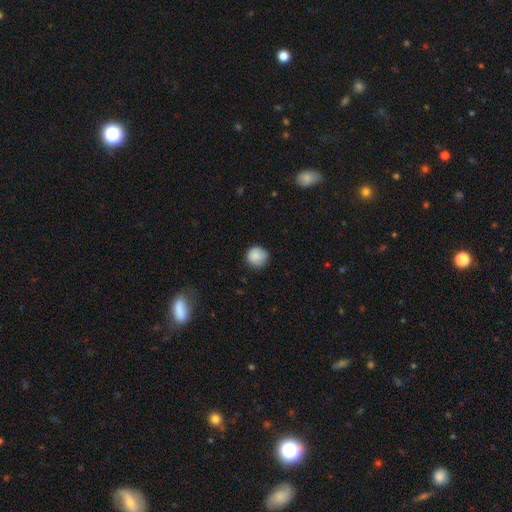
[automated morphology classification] Q: Smooth or featured?
A: smooth (87%); runner-up: star or artifact (8%)
Q: How rounded?
A: round (91%); runner-up: in between (8%)
Q: Merging?
A: none (81%); runner-up: minor disturbance (15%)